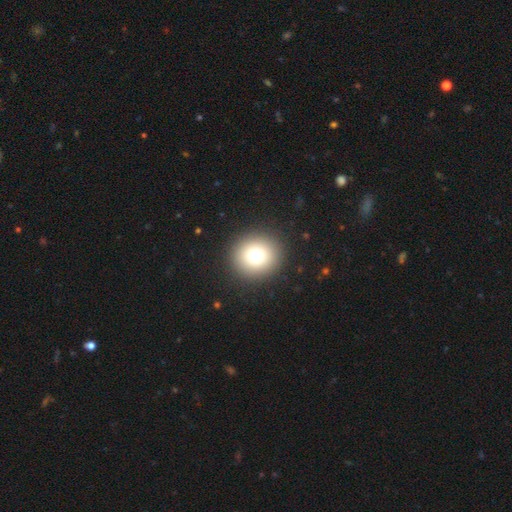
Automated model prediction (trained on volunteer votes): smooth_or_featured: smooth (p=0.74) [alt: star or artifact p=0.14]
how_rounded: round (p=0.92) [alt: in between p=0.07]
merging: none (p=0.91) [alt: minor disturbance p=0.05]